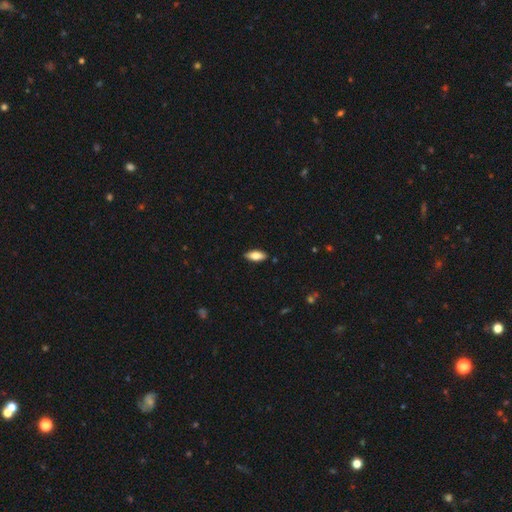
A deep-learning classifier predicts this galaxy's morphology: smooth 75%, featured or disk 18%, star or artifact 6%. Down the decision tree: how rounded — in between (83%); merging — none (88%).